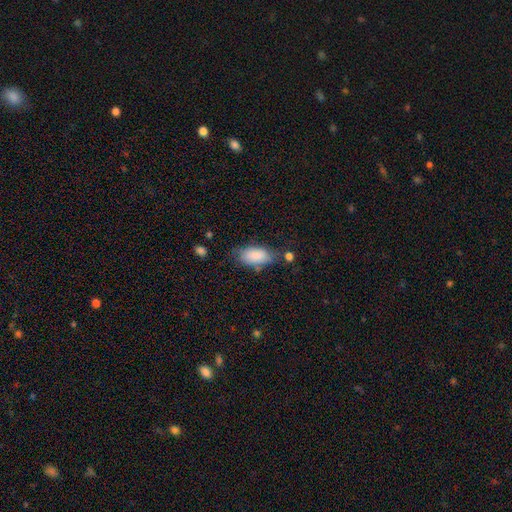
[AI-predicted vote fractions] Smooth or featured: smooth — 86% (featured or disk — 8%)
How rounded: in between — 92% (cigar-shaped — 5%)
Merging: none — 59% (minor disturbance — 26%)